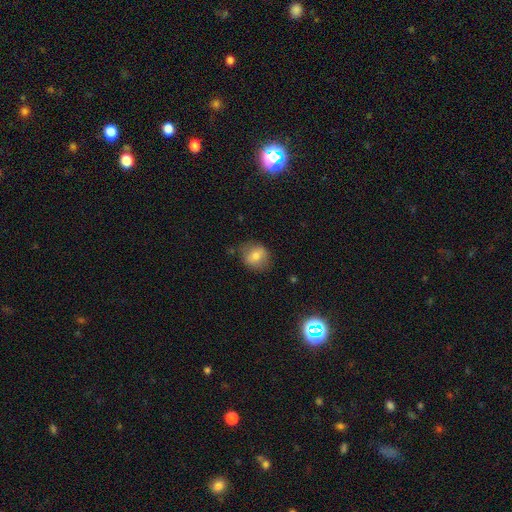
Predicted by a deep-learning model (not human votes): A smooth galaxy with no disk features (71%) that is round (72%).

Vote fractions:
- Smooth or featured? smooth: 71% / featured or disk: 19% / star or artifact: 10%
- How rounded? round: 72% / in between: 27% / cigar-shaped: 1%
- Merging? none: 74% / minor disturbance: 19% / major disturbance: 5% / merger: 2%